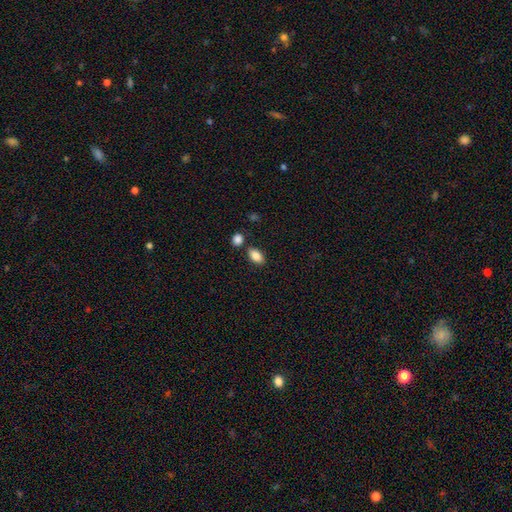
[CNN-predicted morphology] smooth 87%, star or artifact 8%, featured or disk 6%. Down the decision tree: how rounded — in between (90%); merging — none (78%).